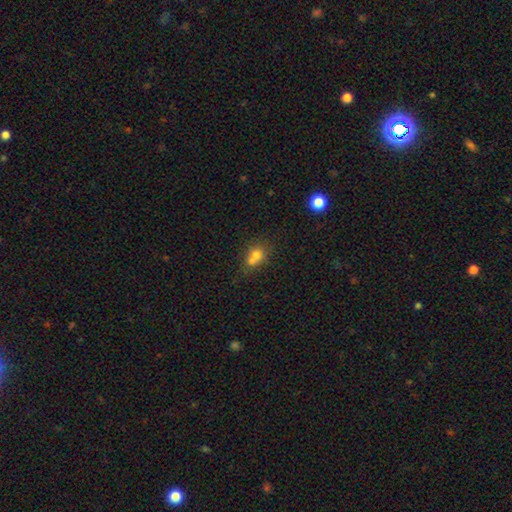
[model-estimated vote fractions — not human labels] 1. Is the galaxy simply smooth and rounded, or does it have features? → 70% smooth, 16% featured or disk, 14% star or artifact.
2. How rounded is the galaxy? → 67% round, 32% in between, 1% cigar-shaped.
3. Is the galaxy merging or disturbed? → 54% merger, 34% none, 8% minor disturbance, 4% major disturbance.